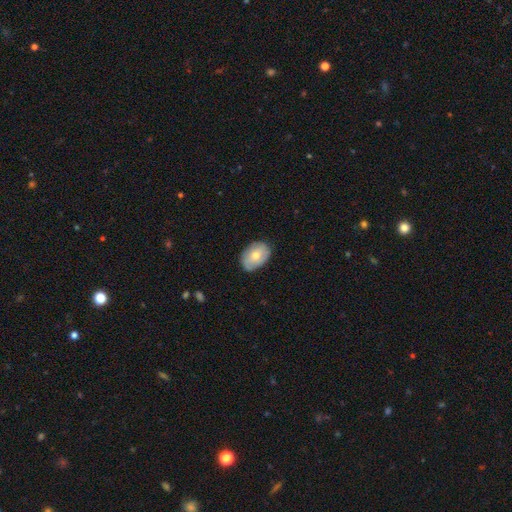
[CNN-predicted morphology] A smooth galaxy with no disk features (69%) that is in between round and cigar-shaped (83%).

Vote fractions:
- Smooth or featured? smooth: 69% / featured or disk: 24% / star or artifact: 6%
- How rounded? in between: 83% / round: 16% / cigar-shaped: 1%
- Merging? none: 78% / minor disturbance: 18% / major disturbance: 3% / merger: 1%